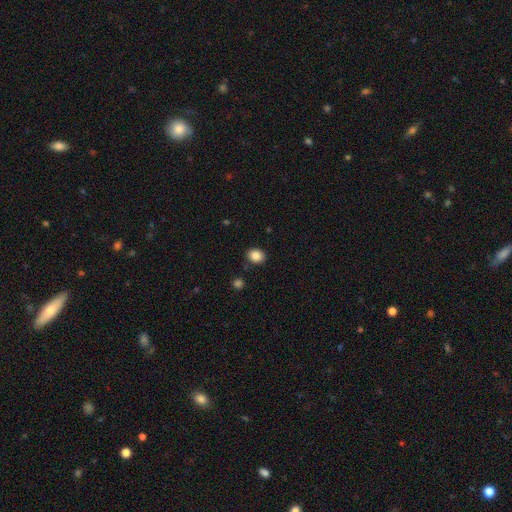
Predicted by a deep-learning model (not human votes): Smooth or featured? smooth (85%)
How rounded? round (51%)
Merging? none (87%)